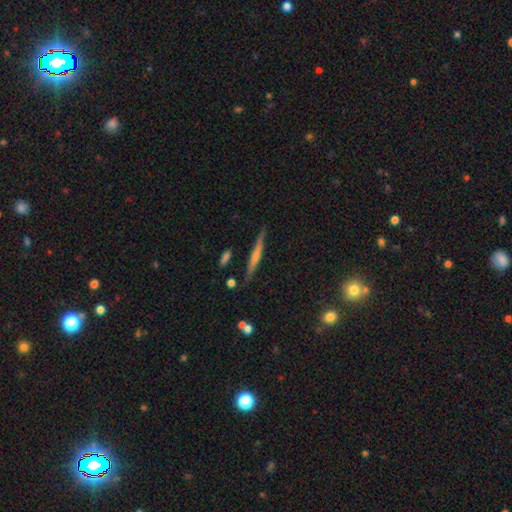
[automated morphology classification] Smooth or featured? featured or disk (73%)
Edge-on disk? yes (98%)
Edge-on bulge? rounded (68%)
Merging? none (89%)